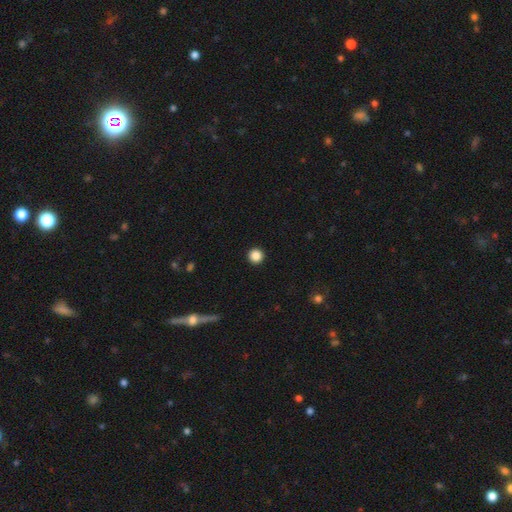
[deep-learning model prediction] Q: Smooth or featured?
A: smooth (87%); runner-up: star or artifact (10%)
Q: How rounded?
A: round (96%); runner-up: in between (3%)
Q: Merging?
A: none (94%); runner-up: minor disturbance (4%)